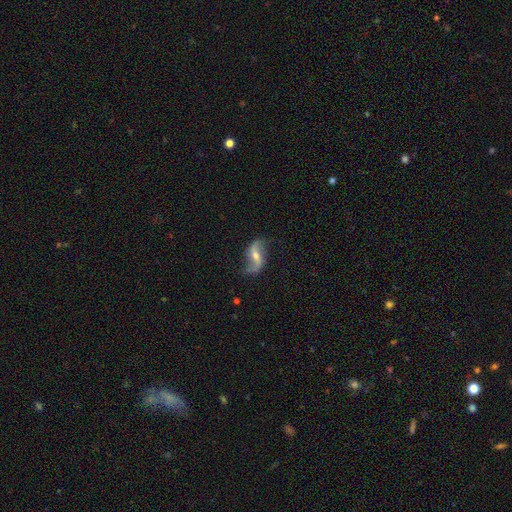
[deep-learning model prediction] featured or disk 85%, smooth 9%, star or artifact 6%. Down the decision tree: edge-on disk — no (96%); bar — weak (45%); spiral arms — yes (94%); spiral arm count — 2 (92%); spiral winding — loose (86%); bulge size — small (44%, tied with moderate); merging — none (75%).